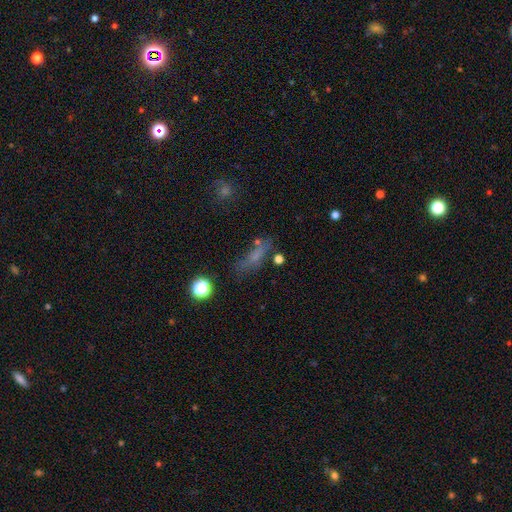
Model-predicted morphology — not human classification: type=smooth (59%); roundness=cigar-shaped (48%); merging=none (59%).